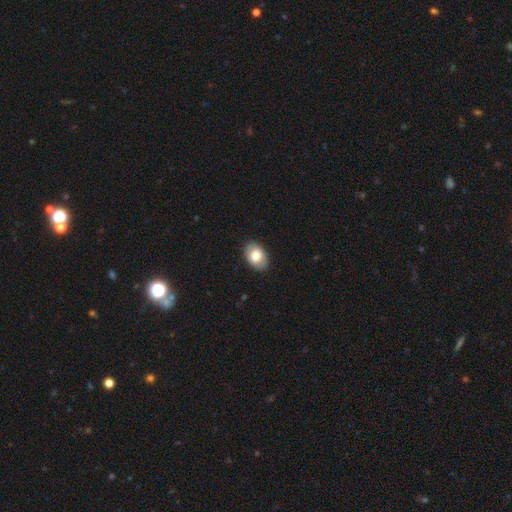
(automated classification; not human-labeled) This appears to be a smooth galaxy with no disk features (78%) that is in between round and cigar-shaped (87%). Merging: none (87%).